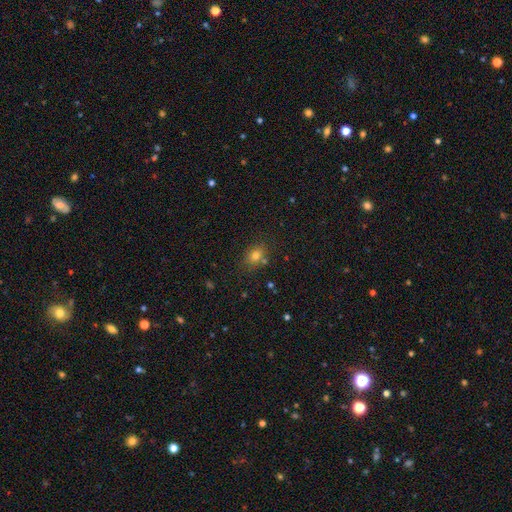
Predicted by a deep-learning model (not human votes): smooth_or_featured: smooth (p=0.73) [alt: star or artifact p=0.17]
how_rounded: in between (p=0.55) [alt: round p=0.43]
merging: none (p=0.75) [alt: minor disturbance p=0.13]